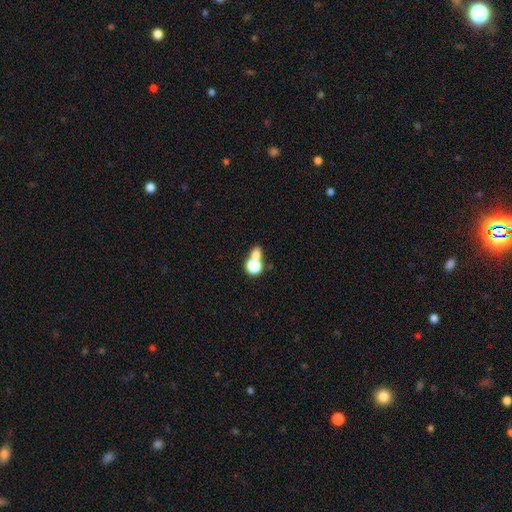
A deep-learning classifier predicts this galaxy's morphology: Overall: smooth (71%). How rounded: round (65%; in between 33%). Merging: merger (52%; none 37%).